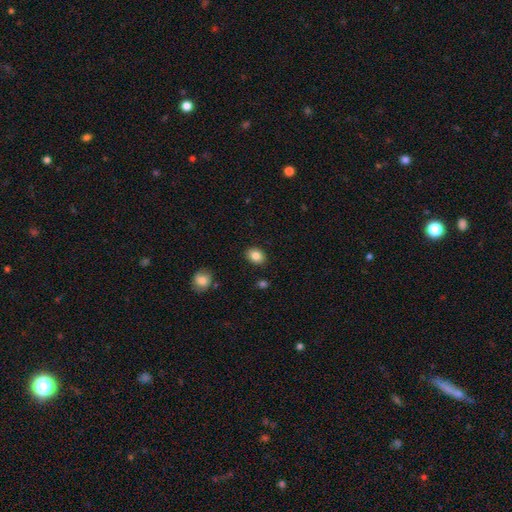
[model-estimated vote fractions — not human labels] Q: Smooth or featured?
A: smooth (85%); runner-up: star or artifact (9%)
Q: How rounded?
A: in between (69%); runner-up: round (30%)
Q: Merging?
A: none (88%); runner-up: minor disturbance (8%)